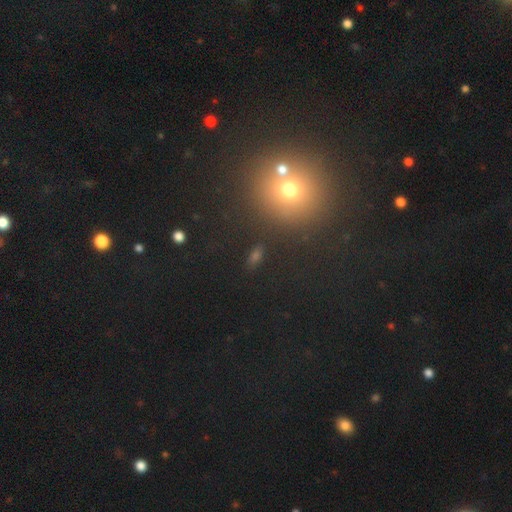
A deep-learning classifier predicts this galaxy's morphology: The model was most divided on "how rounded": in between: 46%, round: 44%, cigar-shaped: 10%. More confident: merging — none (80%); smooth or featured — smooth (54%).